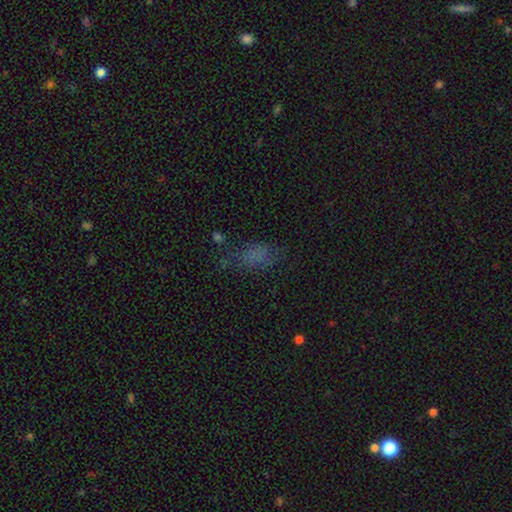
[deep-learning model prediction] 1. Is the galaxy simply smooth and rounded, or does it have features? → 65% smooth, 21% star or artifact, 14% featured or disk.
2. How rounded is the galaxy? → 82% in between, 9% round, 9% cigar-shaped.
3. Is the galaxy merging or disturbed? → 56% none, 24% minor disturbance, 16% major disturbance, 4% merger.